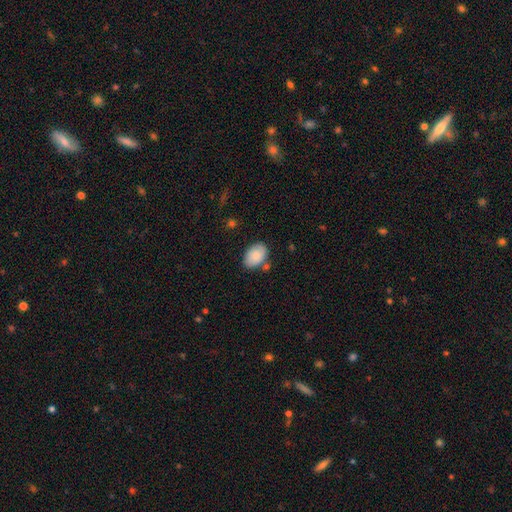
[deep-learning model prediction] This is clearly a smooth galaxy (85%). How rounded: clearly in between (87%). Merging: likely none (74%).